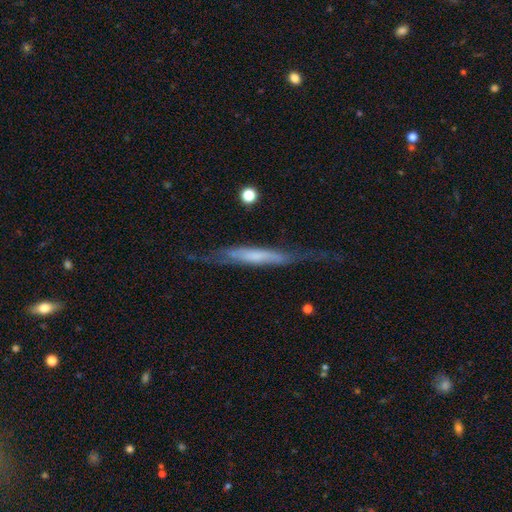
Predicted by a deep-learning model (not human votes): This appears to be a featured or disk galaxy (63%) viewed edge-on (78%). Merging: none (56%).